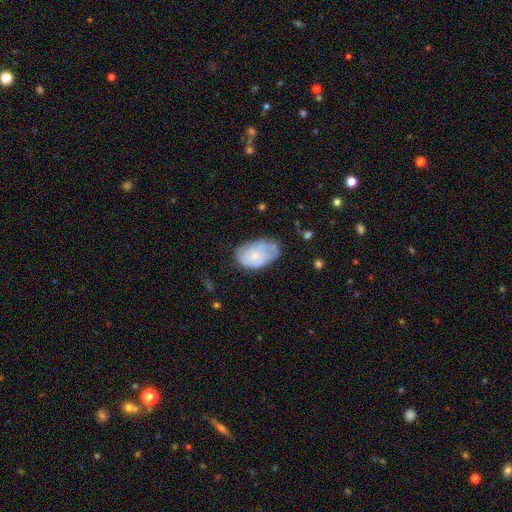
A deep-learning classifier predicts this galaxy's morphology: Smooth or featured? Predicted: smooth (p=0.52). How rounded? Predicted: in between (p=0.90). Merging? Predicted: none (p=0.57).